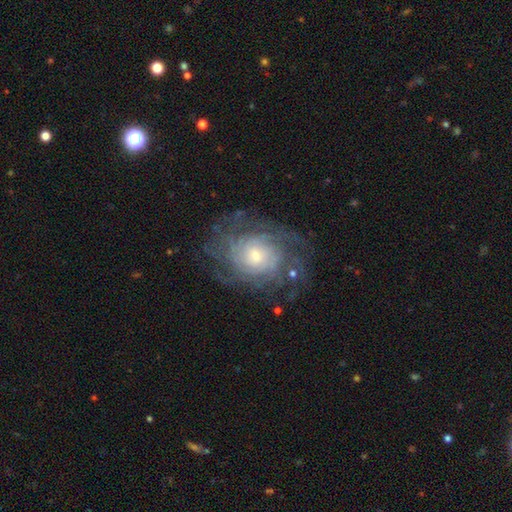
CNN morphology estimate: Smooth or featured? Predicted: featured or disk (p=0.83). Edge-on disk? Predicted: no (p=0.97). Bar? Predicted: no (p=0.77). Spiral arms? Predicted: yes (p=0.94). Spiral winding? Predicted: tight (p=0.65). Spiral arm count? Predicted: can't tell (p=0.39). Bulge size? Predicted: small (p=0.55). Merging? Predicted: none (p=0.73).